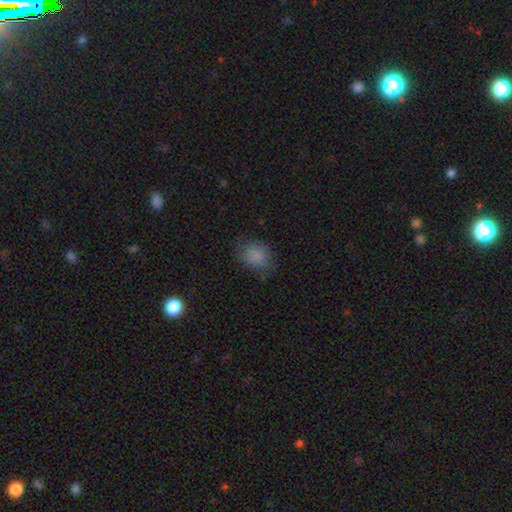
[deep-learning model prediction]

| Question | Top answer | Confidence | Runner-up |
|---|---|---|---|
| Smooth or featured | smooth | 84% | star or artifact (10%) |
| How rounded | round | 53% | in between (46%) |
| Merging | none | 69% | minor disturbance (22%) |